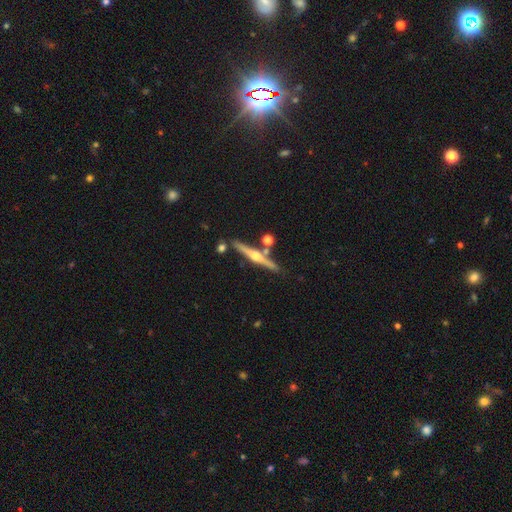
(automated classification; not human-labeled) Overall: featured or disk (78%). Edge-on disk: yes (98%). Edge-on bulge: rounded (93%). Merging: none (83%).